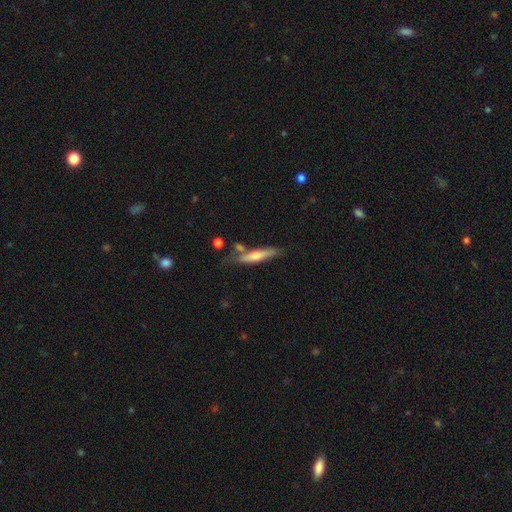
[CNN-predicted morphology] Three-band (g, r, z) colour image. It shows a featured or disk galaxy (49%). Merging: none (71%).